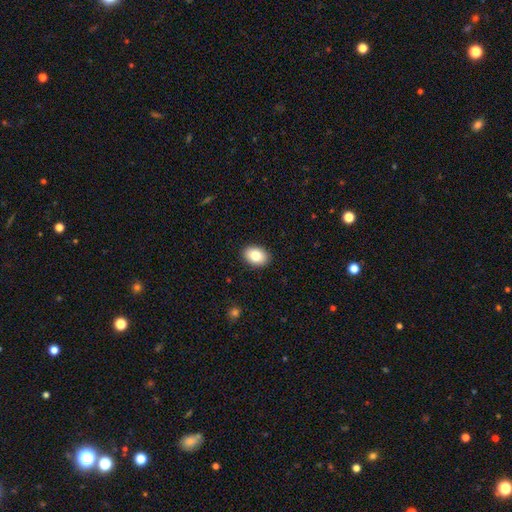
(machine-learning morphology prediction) This appears to be a smooth galaxy with no disk features (83%) that is in between round and cigar-shaped (78%). Merging: none (90%).